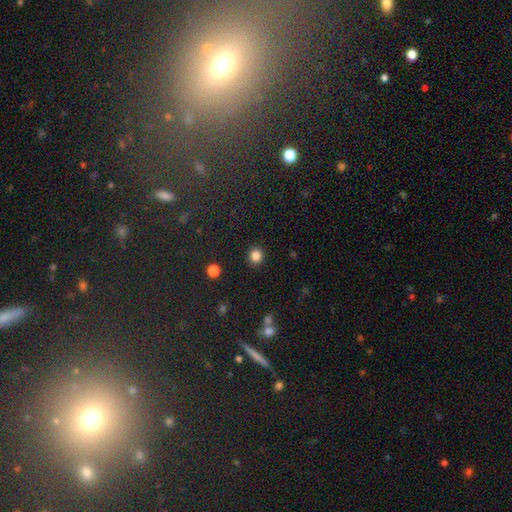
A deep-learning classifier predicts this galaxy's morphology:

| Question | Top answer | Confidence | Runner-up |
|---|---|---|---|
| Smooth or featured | smooth | 85% | star or artifact (11%) |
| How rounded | round | 87% | in between (12%) |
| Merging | none | 91% | minor disturbance (6%) |